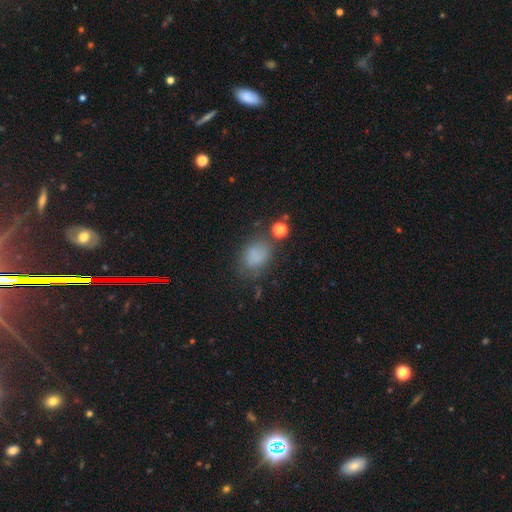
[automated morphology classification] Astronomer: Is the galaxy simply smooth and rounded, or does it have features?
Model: smooth — 74%.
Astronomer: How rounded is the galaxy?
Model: in between — 64%.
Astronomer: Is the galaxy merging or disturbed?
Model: none — 57%.